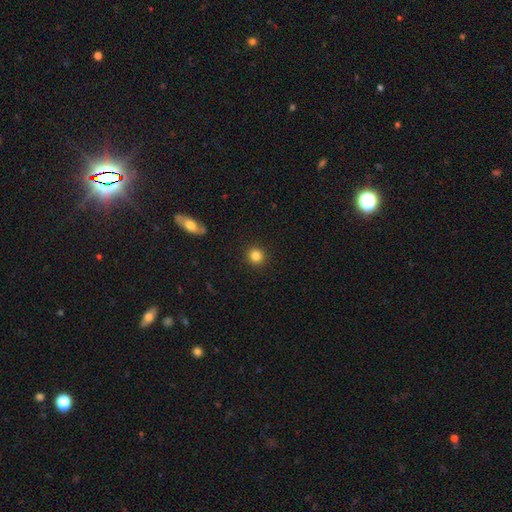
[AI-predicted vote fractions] A smooth galaxy with no disk features (84%) that is round (92%). Merging: none (92%).